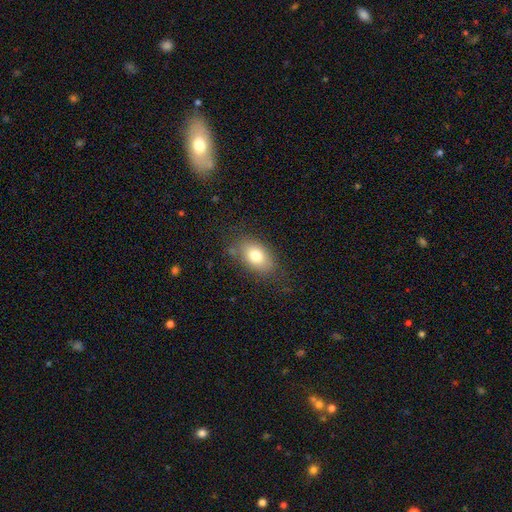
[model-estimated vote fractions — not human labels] smooth 77%, featured or disk 14%, star or artifact 9%. Down the decision tree: how rounded — in between (87%); merging — none (77%).